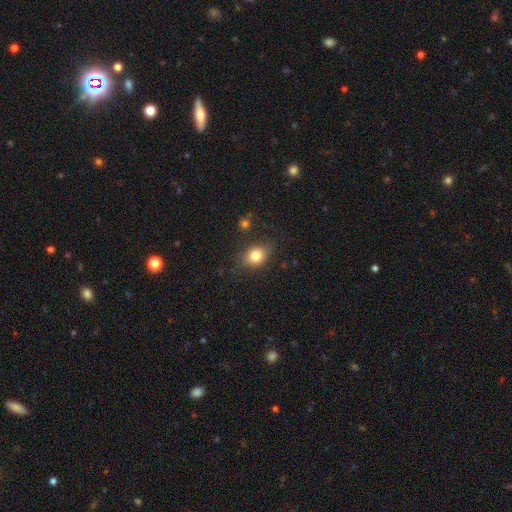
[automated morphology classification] smooth_or_featured: smooth (p=0.80) [alt: star or artifact p=0.10]
how_rounded: in between (p=0.57) [alt: round p=0.42]
merging: none (p=0.74) [alt: minor disturbance p=0.18]